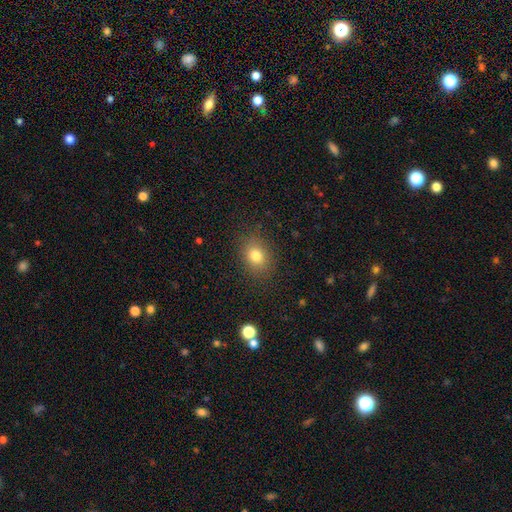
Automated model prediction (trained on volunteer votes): smooth 79%, star or artifact 12%, featured or disk 8%. Down the decision tree: how rounded — in between (52%); merging — none (85%).